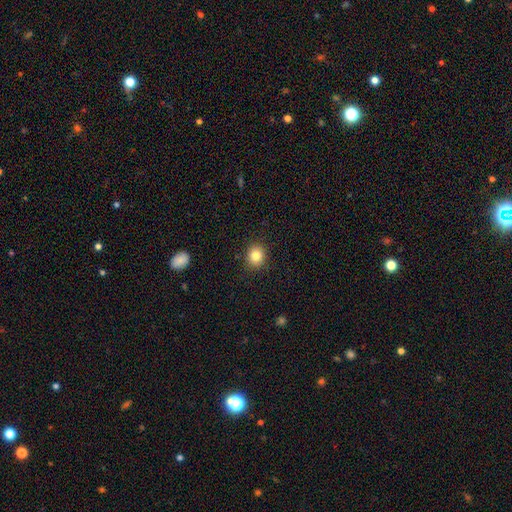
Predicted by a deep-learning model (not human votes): Smooth or featured?
  - smooth: 83% *
  - star or artifact: 10%
  - featured or disk: 7%
How rounded?
  - round: 77% *
  - in between: 22%
  - cigar-shaped: 1%
Merging?
  - none: 90% *
  - minor disturbance: 7%
  - major disturbance: 2%
  - merger: 1%